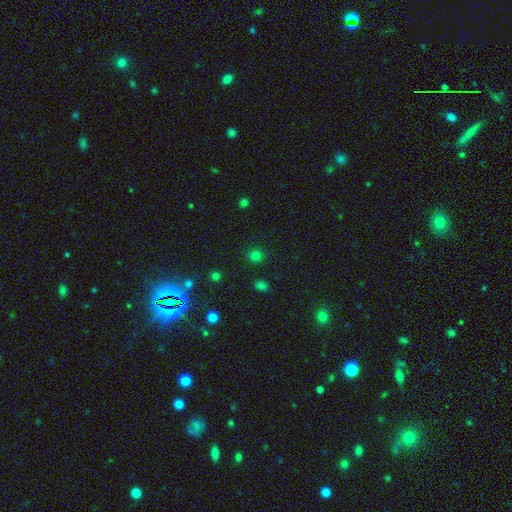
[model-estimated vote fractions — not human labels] smooth 76%, star or artifact 20%, featured or disk 4%. Down the decision tree: how rounded — round (91%); merging — none (89%).